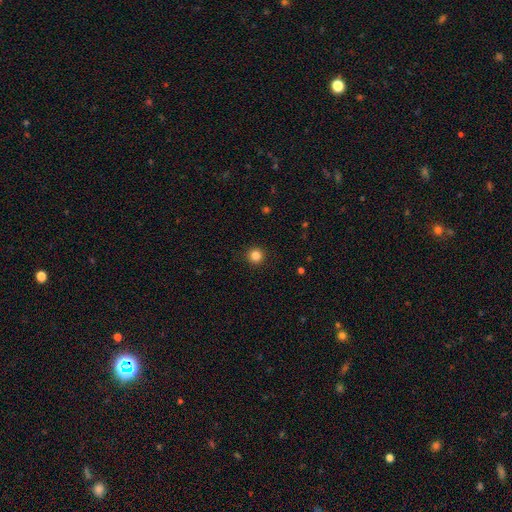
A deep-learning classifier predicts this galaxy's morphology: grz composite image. It shows a smooth galaxy with no disk features (84%) that is round (95%). Merging: none (93%).